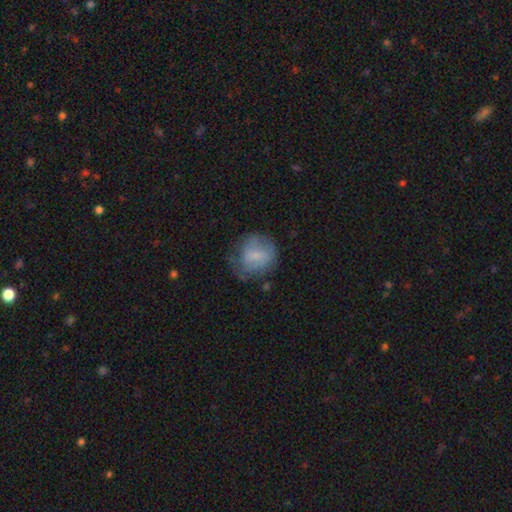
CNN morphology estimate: Smooth or featured? Predicted: smooth (p=0.65). How rounded? Predicted: round (p=0.74). Merging? Predicted: none (p=0.53).